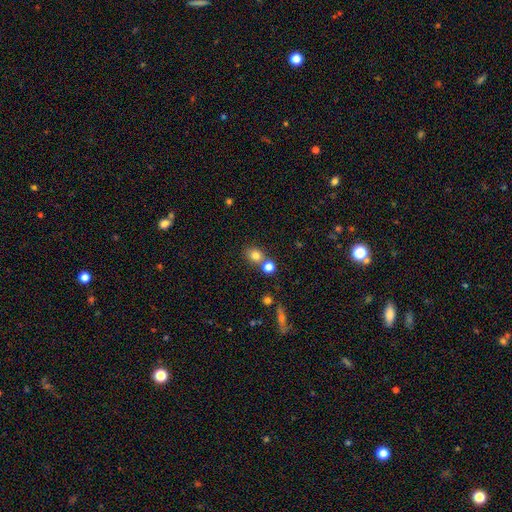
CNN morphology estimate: Smooth or featured? smooth (79%)
How rounded? round (70%)
Merging? none (59%)